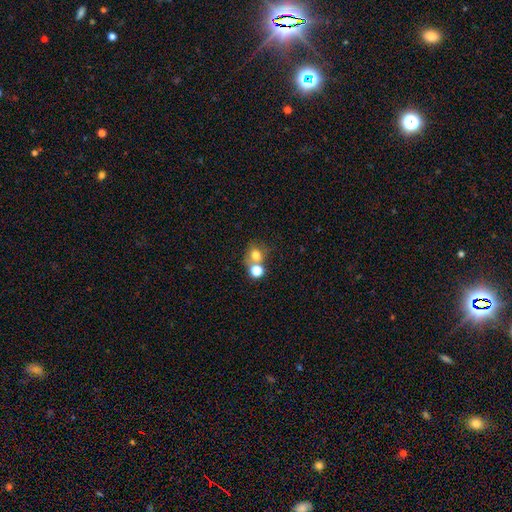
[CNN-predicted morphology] A smooth galaxy with no disk features (74%) that is round (76%).

Vote fractions:
- Smooth or featured? smooth: 74% / star or artifact: 14% / featured or disk: 12%
- How rounded? round: 76% / in between: 23% / cigar-shaped: 1%
- Merging? none: 46% / merger: 40% / minor disturbance: 9% / major disturbance: 5%